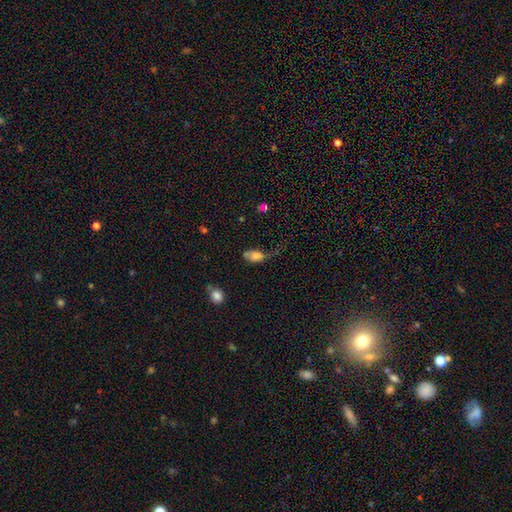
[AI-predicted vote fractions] Smooth or featured?
  - smooth: 70% *
  - featured or disk: 20%
  - star or artifact: 10%
How rounded?
  - in between: 84% *
  - round: 11%
  - cigar-shaped: 5%
Merging?
  - major disturbance: 46% *
  - minor disturbance: 24%
  - none: 21%
  - merger: 9%